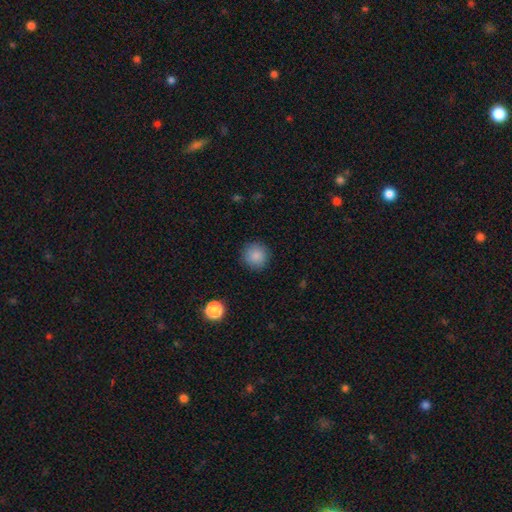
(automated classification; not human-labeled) Smooth or featured? Predicted: smooth (p=0.86). How rounded? Predicted: round (p=0.94). Merging? Predicted: none (p=0.90).